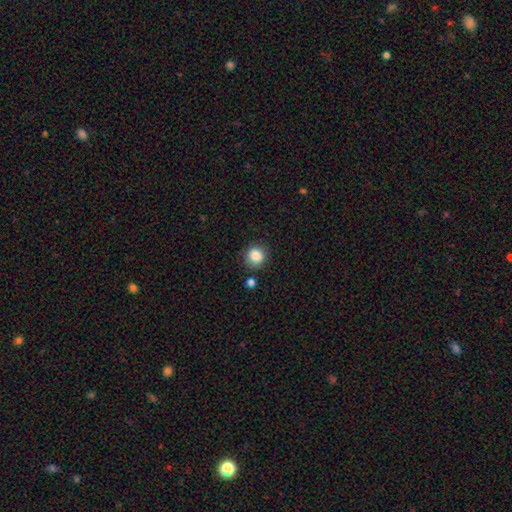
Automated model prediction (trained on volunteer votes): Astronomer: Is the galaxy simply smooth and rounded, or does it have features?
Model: smooth — 85%.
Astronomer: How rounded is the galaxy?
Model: round — 85%.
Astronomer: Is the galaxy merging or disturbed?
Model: none — 80%.